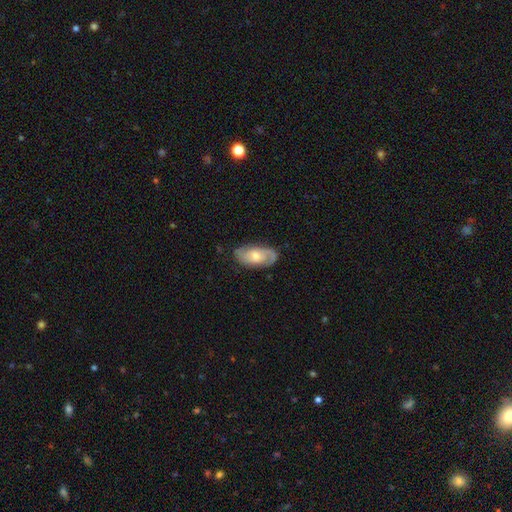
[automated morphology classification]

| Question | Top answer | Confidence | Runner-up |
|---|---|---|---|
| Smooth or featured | featured or disk | 70% | smooth (24%) |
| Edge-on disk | no | 93% | yes (7%) |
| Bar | no | 63% | weak (32%) |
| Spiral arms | yes | 87% | no (13%) |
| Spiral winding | tight | 47% | medium (39%) |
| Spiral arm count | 2 | 66% | can't tell (19%) |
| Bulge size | moderate | 60% | small (29%) |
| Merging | none | 76% | minor disturbance (18%) |